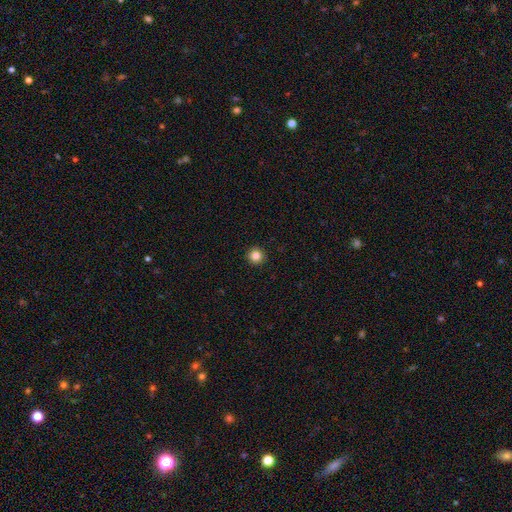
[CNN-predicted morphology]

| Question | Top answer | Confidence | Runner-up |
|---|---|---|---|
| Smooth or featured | smooth | 84% | star or artifact (11%) |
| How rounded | round | 95% | in between (4%) |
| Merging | none | 93% | minor disturbance (4%) |